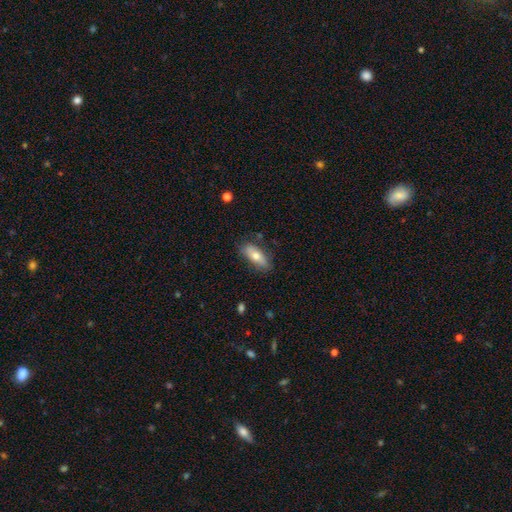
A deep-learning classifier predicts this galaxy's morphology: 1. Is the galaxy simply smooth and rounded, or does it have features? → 69% smooth, 25% featured or disk, 7% star or artifact.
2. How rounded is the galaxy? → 74% in between, 23% cigar-shaped, 3% round.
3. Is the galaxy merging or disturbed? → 79% none, 16% minor disturbance, 3% major disturbance, 2% merger.